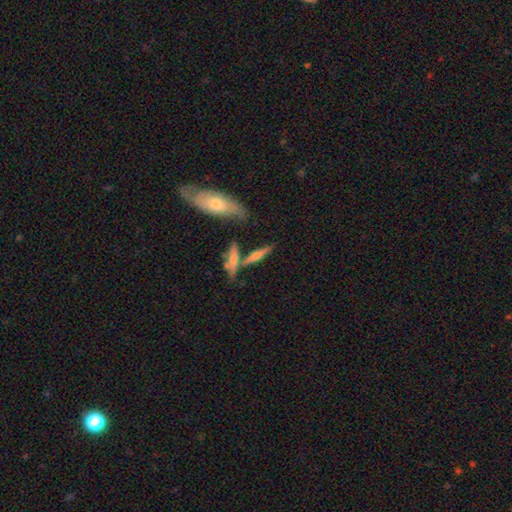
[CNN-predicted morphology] This appears to be a featured or disk galaxy (48%). Merging: none (61%).